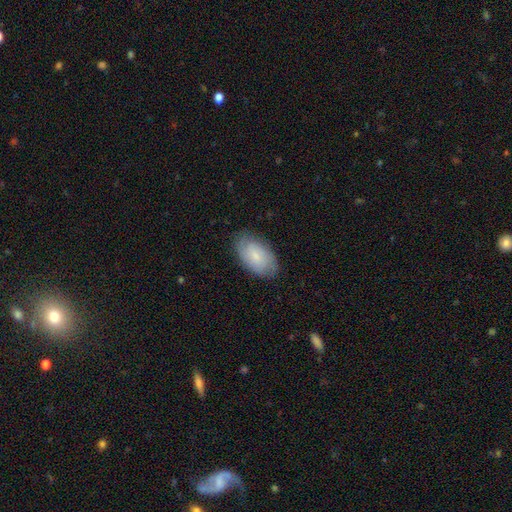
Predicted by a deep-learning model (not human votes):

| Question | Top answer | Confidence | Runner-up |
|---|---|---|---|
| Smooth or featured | smooth | 64% | featured or disk (29%) |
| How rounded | in between | 94% | round (4%) |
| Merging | none | 79% | minor disturbance (16%) |